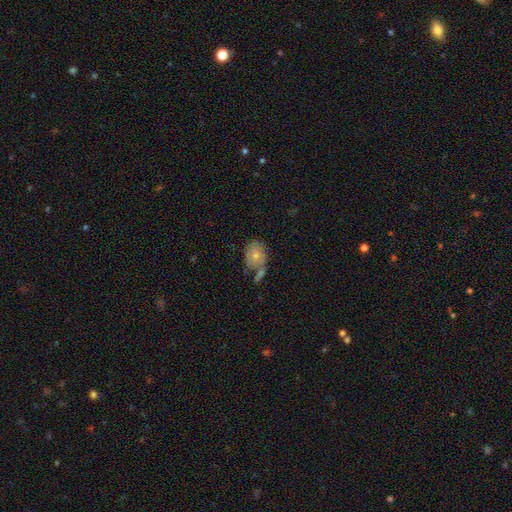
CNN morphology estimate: A smooth galaxy with no disk features (64%) that is in between round and cigar-shaped (64%). Merging: none (42%).